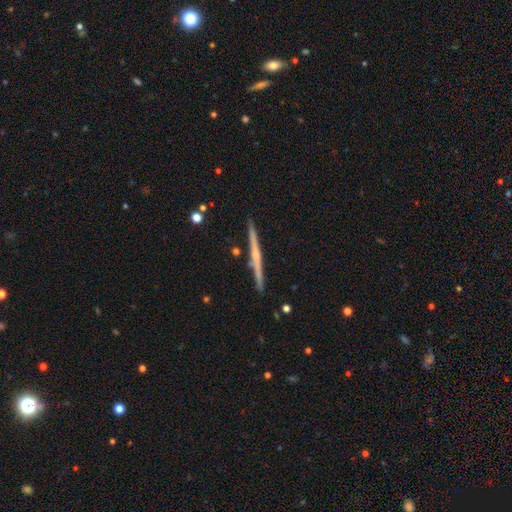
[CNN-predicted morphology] Smooth or featured? featured or disk (71%)
Edge-on disk? yes (98%)
Edge-on bulge? rounded (47%)
Merging? none (90%)